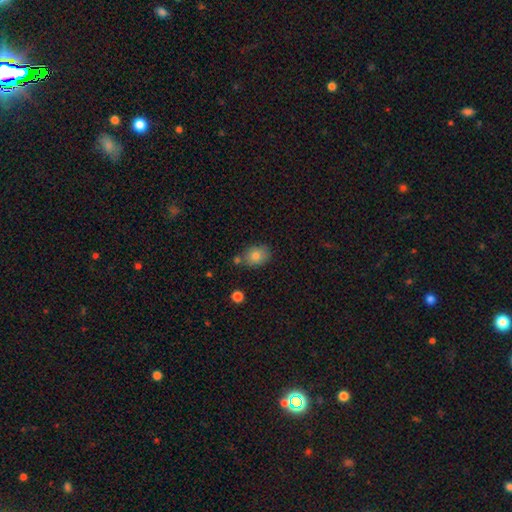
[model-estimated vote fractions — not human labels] Morphology: type=smooth (81%); roundness=in between (65%); merging=none (69%).